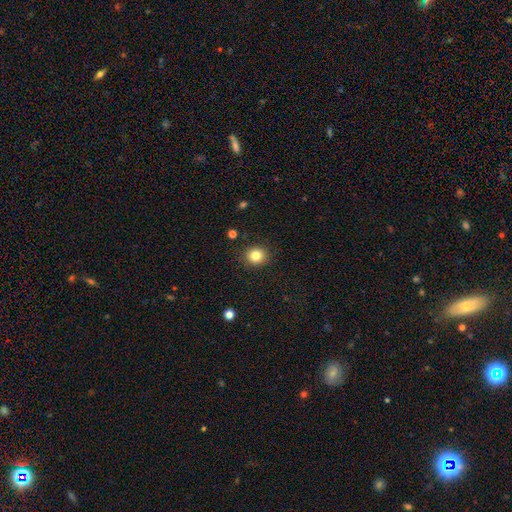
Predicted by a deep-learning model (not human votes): A smooth galaxy with no disk features (83%) that is round (81%).

Vote fractions:
- Smooth or featured? smooth: 83% / star or artifact: 11% / featured or disk: 6%
- How rounded? round: 81% / in between: 18% / cigar-shaped: 1%
- Merging? none: 90% / minor disturbance: 7% / major disturbance: 2% / merger: 1%